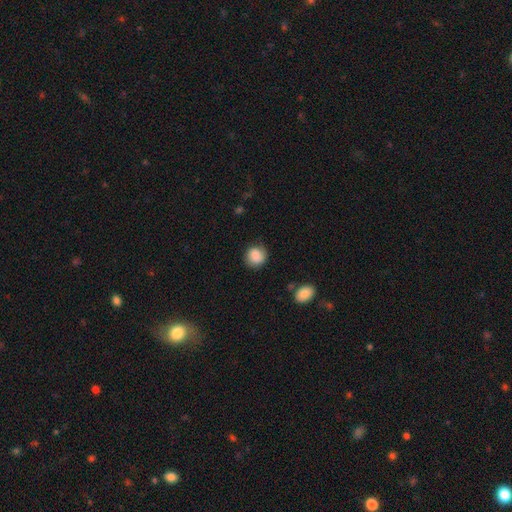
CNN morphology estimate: This appears to be a smooth galaxy with no disk features (85%) that is round (87%). Merging: none (80%).